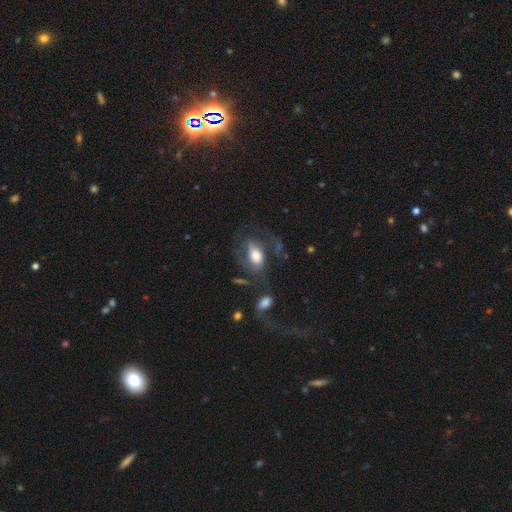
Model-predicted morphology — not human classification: type=featured or disk (51%); edge-on=no (94%); merging=none (38%).